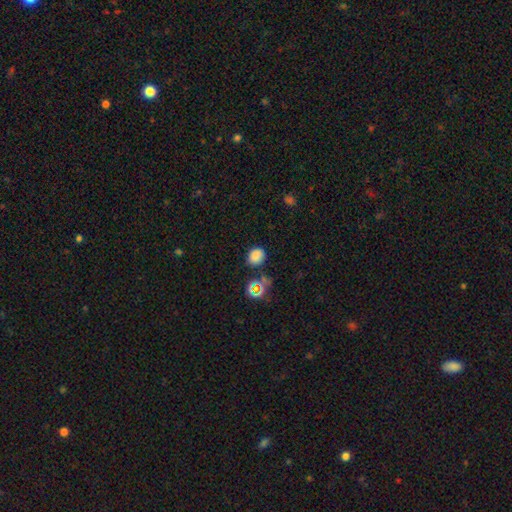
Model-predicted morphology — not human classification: smooth 77%, star or artifact 19%, featured or disk 5%. Down the decision tree: how rounded — round (58%); merging — none (77%).